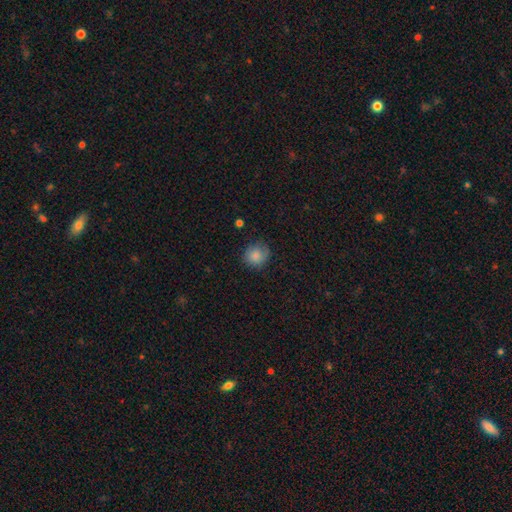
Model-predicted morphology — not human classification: Smooth or featured: smooth — 85% (star or artifact — 9%)
How rounded: round — 83% (in between — 16%)
Merging: none — 77% (minor disturbance — 17%)